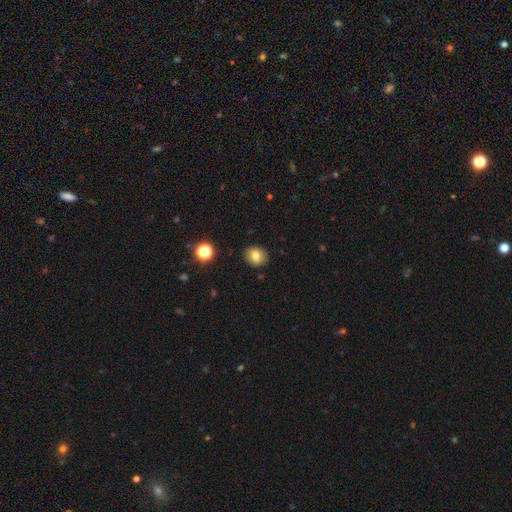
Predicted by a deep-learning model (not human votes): Overall: smooth (79%). How rounded: round (71%). Merging: none (88%).